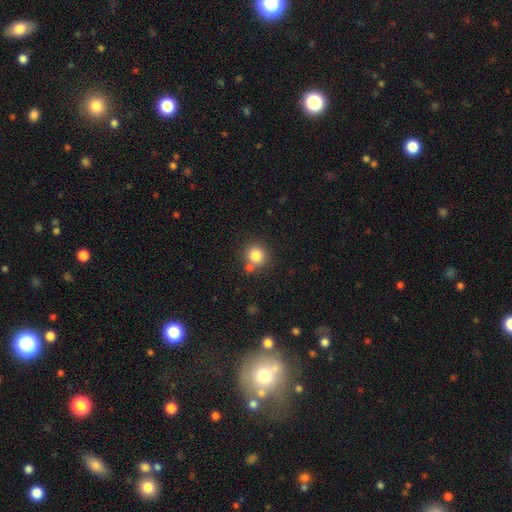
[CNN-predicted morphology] smooth_or_featured: smooth (p=0.82) [alt: star or artifact p=0.11]
how_rounded: round (p=0.91) [alt: in between p=0.08]
merging: none (p=0.73) [alt: merger p=0.15]